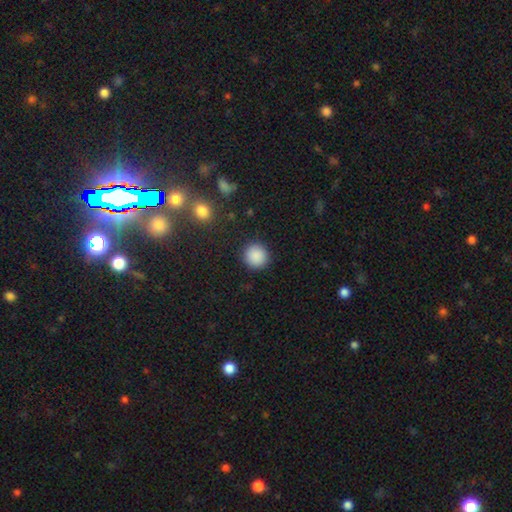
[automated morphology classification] Overall: smooth (88%). How rounded: round (94%). Merging: none (91%).